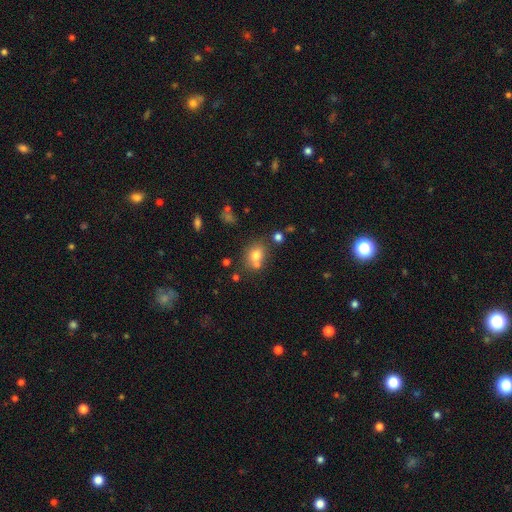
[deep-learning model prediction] Overall: smooth (72%). How rounded: round (56%; in between 43%). Merging: none (54%; merger 29%).